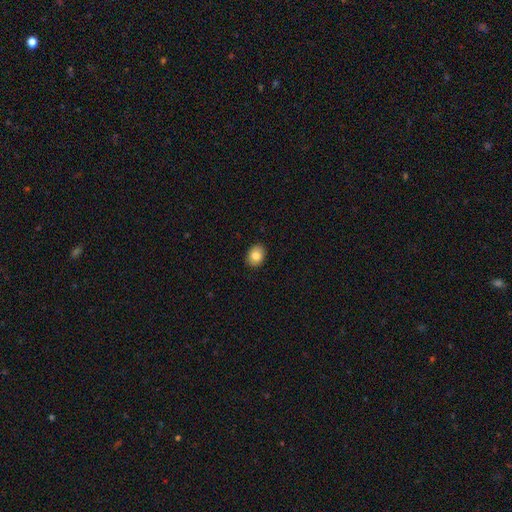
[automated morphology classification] Overall: smooth (84%). How rounded: in between (58%; round 41%). Merging: none (90%).